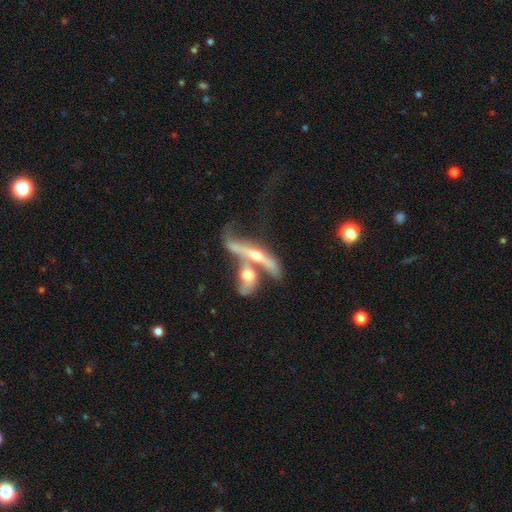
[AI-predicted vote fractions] A featured or disk galaxy (76%) viewed edge-on (75%) with a rounded central bulge (90%). Merging: merger (50%).